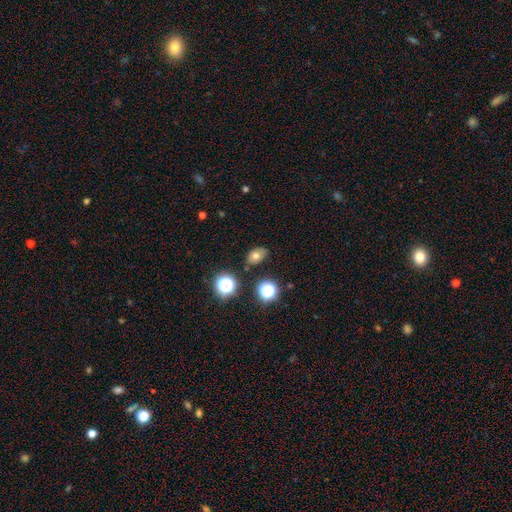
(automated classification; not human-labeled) Smooth or featured?
  - smooth: 67% *
  - star or artifact: 17%
  - featured or disk: 15%
How rounded?
  - in between: 76% *
  - round: 22%
  - cigar-shaped: 1%
Merging?
  - none: 81% *
  - minor disturbance: 13%
  - major disturbance: 3%
  - merger: 3%